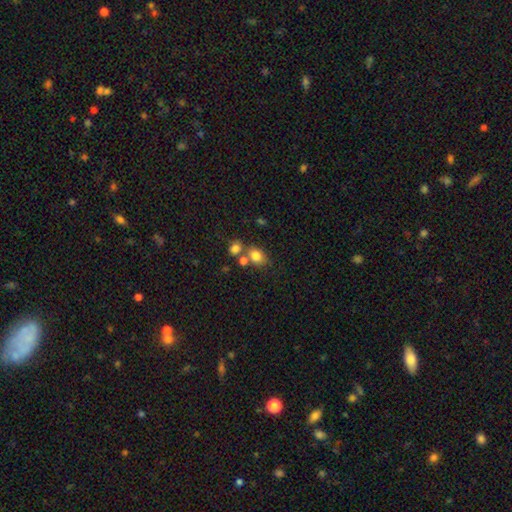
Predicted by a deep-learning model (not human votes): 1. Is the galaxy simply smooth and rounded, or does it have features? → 81% smooth, 11% star or artifact, 9% featured or disk.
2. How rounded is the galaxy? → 62% in between, 37% round, 1% cigar-shaped.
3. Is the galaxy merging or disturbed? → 52% none, 32% merger, 12% minor disturbance, 5% major disturbance.